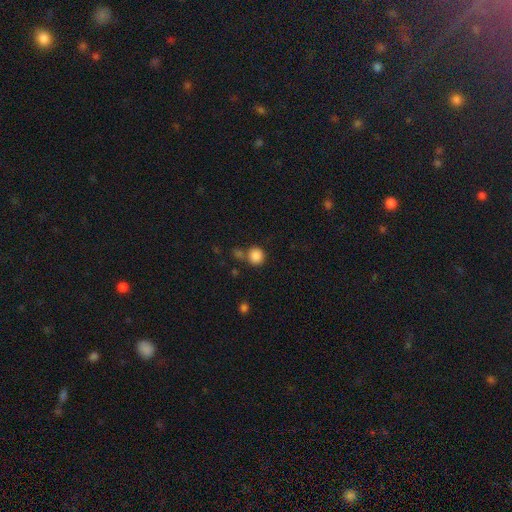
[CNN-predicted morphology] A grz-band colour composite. It shows a smooth galaxy with no disk features (85%) that is round (91%). Merging: none (66%).